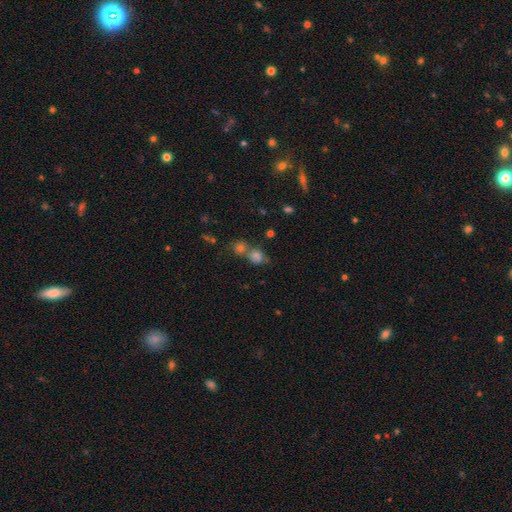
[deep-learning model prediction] smooth_or_featured: smooth (p=0.73) [alt: star or artifact p=0.18]
how_rounded: round (p=0.68) [alt: in between p=0.30]
merging: merger (p=0.43) [alt: none p=0.41]